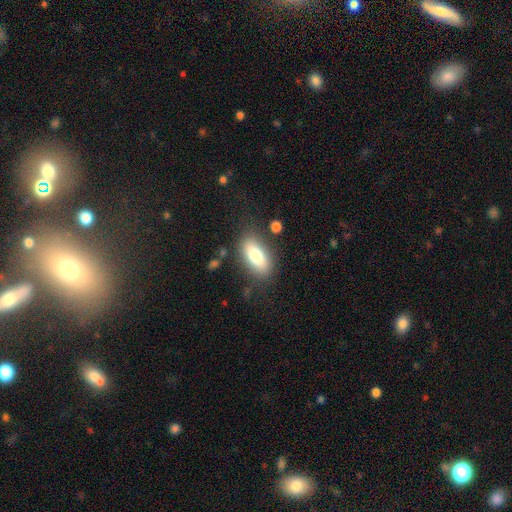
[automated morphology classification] This is likely a smooth galaxy (77%). How rounded: clearly in between (87%). Merging: likely none (78%).